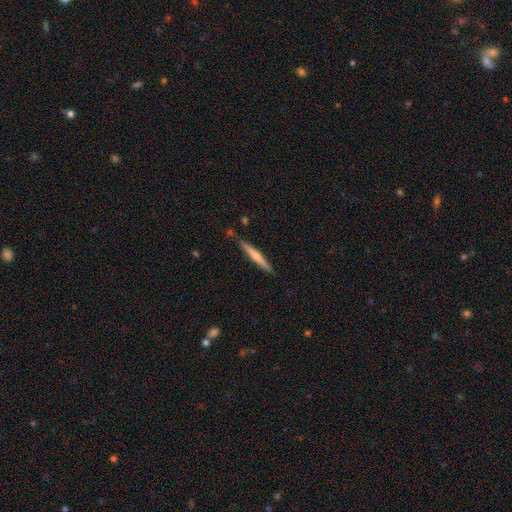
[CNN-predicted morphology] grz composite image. It shows a featured or disk galaxy (51%) viewed edge-on (97%). Merging: none (87%).